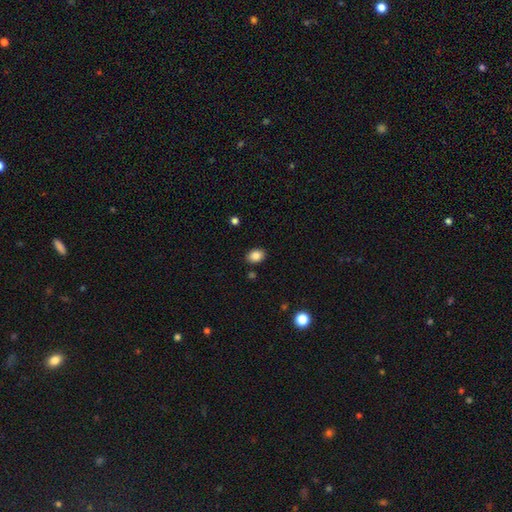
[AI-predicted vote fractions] Smooth or featured?
  - smooth: 86% *
  - star or artifact: 9%
  - featured or disk: 5%
How rounded?
  - in between: 72% *
  - round: 27%
  - cigar-shaped: 1%
Merging?
  - none: 87% *
  - minor disturbance: 9%
  - major disturbance: 2%
  - merger: 2%